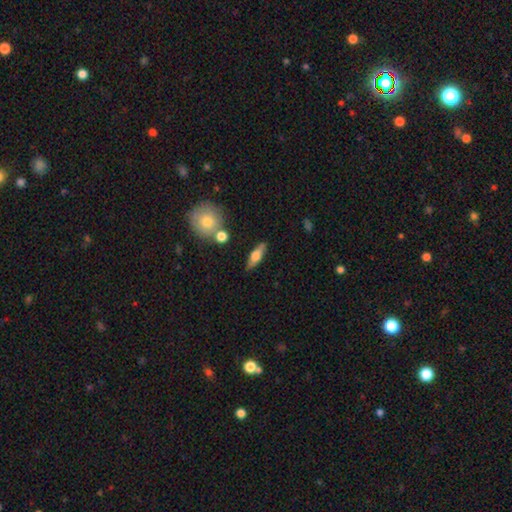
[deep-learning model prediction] smooth_or_featured: smooth (p=0.54) [alt: featured or disk p=0.39]
how_rounded: cigar-shaped (p=0.51) [alt: in between p=0.45]
merging: none (p=0.83) [alt: minor disturbance p=0.10]